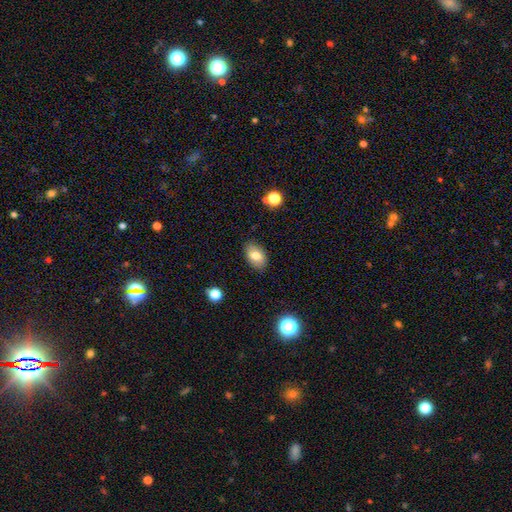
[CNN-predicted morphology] Smooth or featured? smooth (77%)
How rounded? in between (85%)
Merging? none (85%)